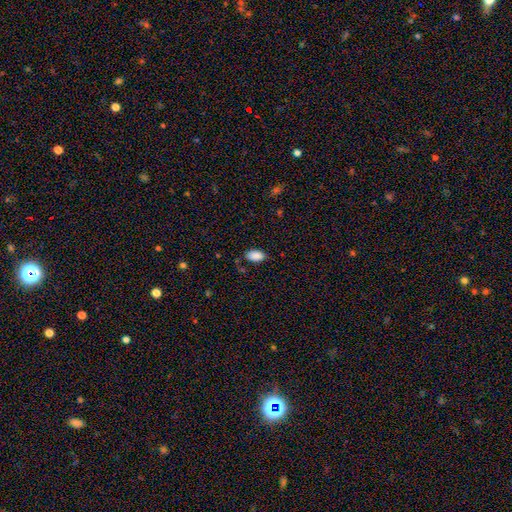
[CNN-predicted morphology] This appears to be a smooth galaxy with no disk features (88%) that is in between round and cigar-shaped (94%). Merging: none (77%).